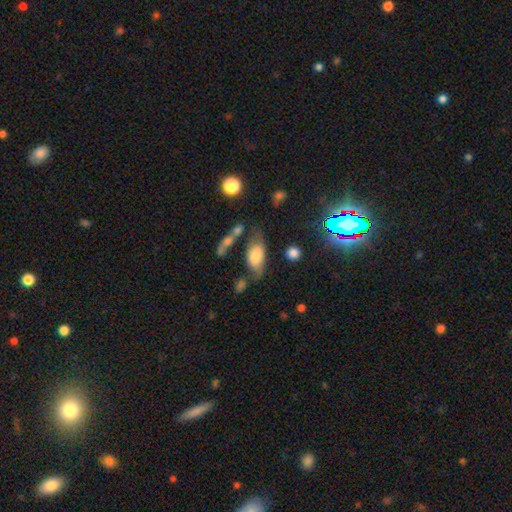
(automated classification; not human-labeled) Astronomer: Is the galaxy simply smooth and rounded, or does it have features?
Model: smooth — 64%.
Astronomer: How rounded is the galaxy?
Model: in between — 90%.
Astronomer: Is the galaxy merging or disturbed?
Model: none — 44% (runner-up: minor disturbance, 27%).